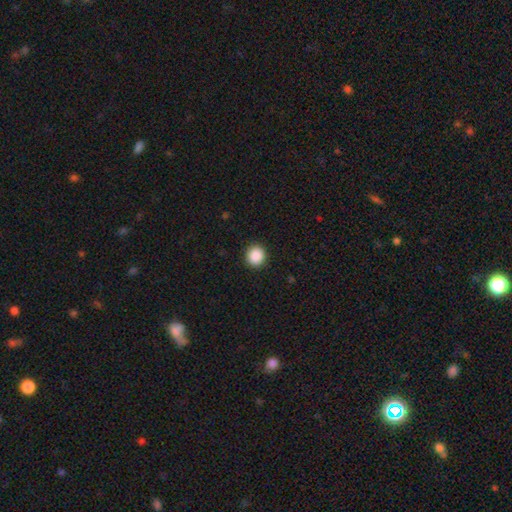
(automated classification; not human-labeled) A smooth galaxy with no disk features (89%) that is round (89%).

Vote fractions:
- Smooth or featured? smooth: 89% / star or artifact: 9% / featured or disk: 2%
- How rounded? round: 89% / in between: 10% / cigar-shaped: 1%
- Merging? none: 92% / minor disturbance: 5% / major disturbance: 2% / merger: 1%